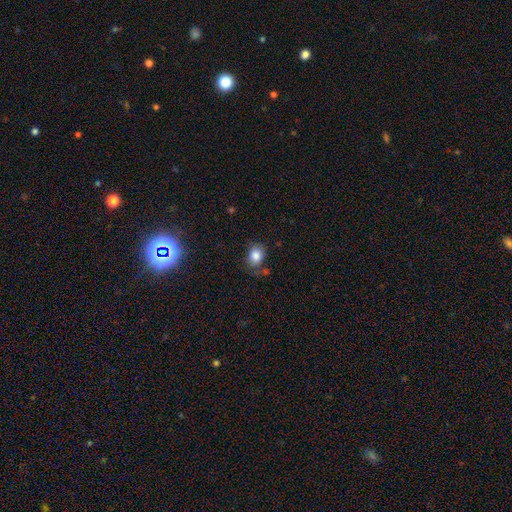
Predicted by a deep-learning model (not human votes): A smooth galaxy with no disk features (84%) that is in between round and cigar-shaped (55%). Merging: none (67%).